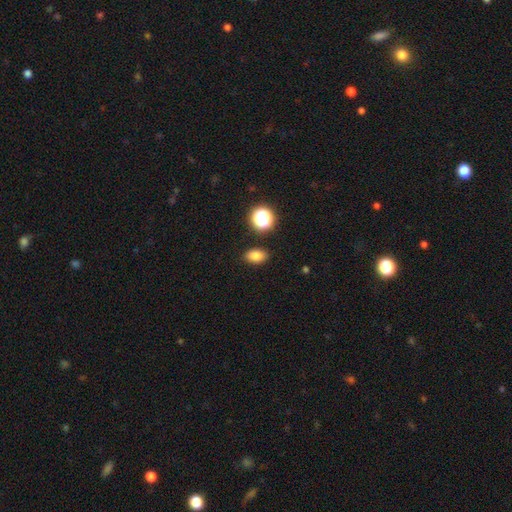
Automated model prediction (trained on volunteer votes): Smooth or featured? smooth (81%)
How rounded? in between (82%)
Merging? none (86%)